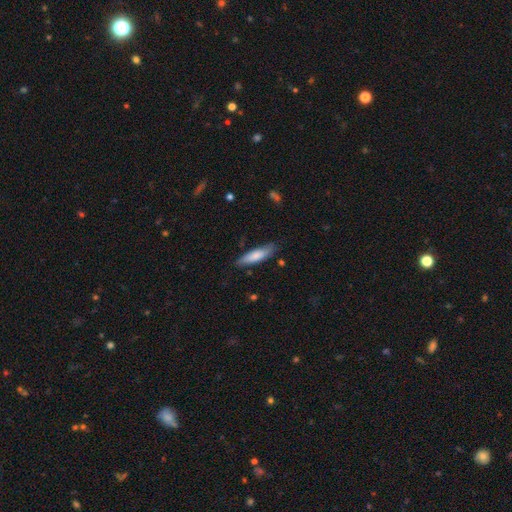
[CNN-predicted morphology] smooth-or-featured: smooth: 79% | featured or disk: 15% | star or artifact: 5%
  how-rounded: cigar-shaped: 62% | in between: 37% | round: 1%
  merging: none: 78% | minor disturbance: 17% | major disturbance: 3% | merger: 2%